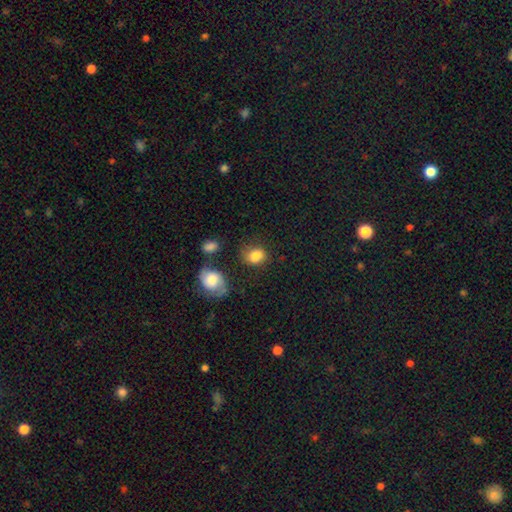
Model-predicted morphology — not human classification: Smooth or featured? Predicted: smooth (p=0.82). How rounded? Predicted: in between (p=0.56). Merging? Predicted: none (p=0.62).